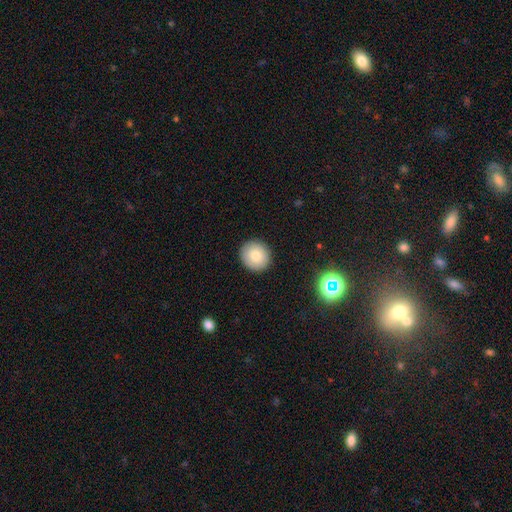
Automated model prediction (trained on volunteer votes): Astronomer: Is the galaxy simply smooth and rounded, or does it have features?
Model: smooth — 80%.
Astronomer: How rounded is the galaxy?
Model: round — 88%.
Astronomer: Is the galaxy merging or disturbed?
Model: none — 91%.